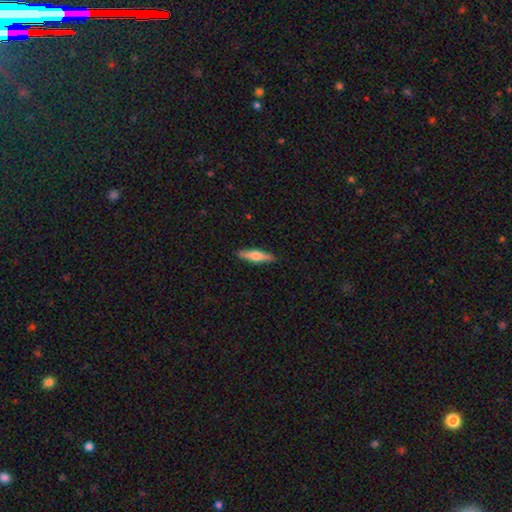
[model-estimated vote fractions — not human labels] Overall: smooth (47%, tied with featured or disk). Merging: none (90%).